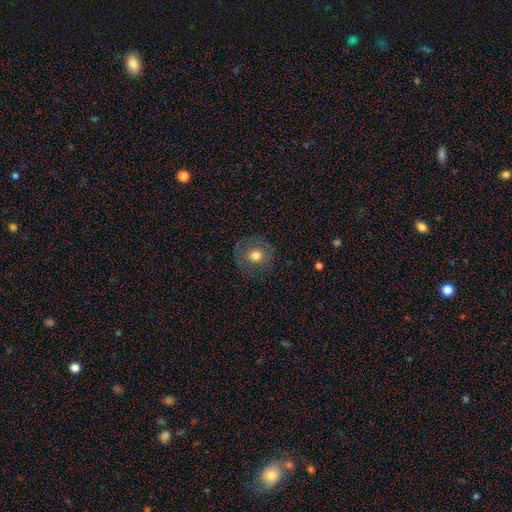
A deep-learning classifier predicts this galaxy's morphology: A smooth galaxy with no disk features (68%) that is round (88%).

Vote fractions:
- Smooth or featured? smooth: 68% / featured or disk: 21% / star or artifact: 11%
- How rounded? round: 88% / in between: 11% / cigar-shaped: 1%
- Merging? none: 80% / minor disturbance: 13% / major disturbance: 6% / merger: 1%